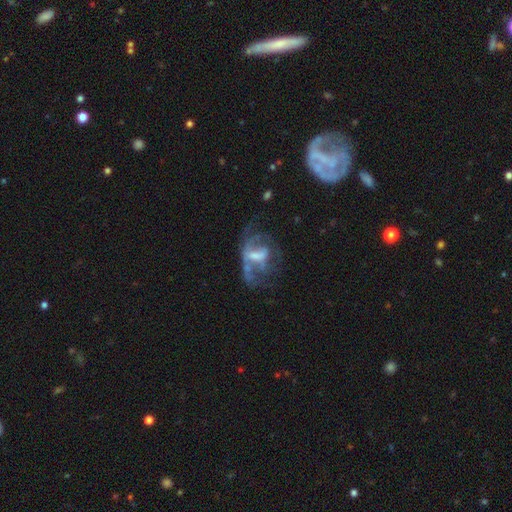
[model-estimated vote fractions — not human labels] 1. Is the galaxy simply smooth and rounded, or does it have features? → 68% featured or disk, 20% smooth, 12% star or artifact.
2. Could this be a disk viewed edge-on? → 95% no, 5% yes.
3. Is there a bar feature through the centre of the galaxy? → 43% no, 39% weak, 19% strong.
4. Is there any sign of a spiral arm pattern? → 51% no, 49% yes.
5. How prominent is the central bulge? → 36% moderate, 27% small, 25% none, 10% large, 2% dominant.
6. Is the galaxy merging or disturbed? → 46% major disturbance, 31% none, 17% minor disturbance, 7% merger.